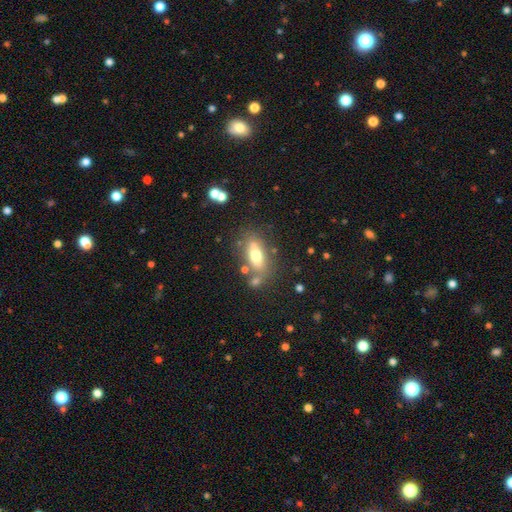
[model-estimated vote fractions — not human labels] smooth-or-featured: smooth: 65% | featured or disk: 26% | star or artifact: 9%
  how-rounded: in between: 74% | cigar-shaped: 20% | round: 6%
  merging: none: 69% | minor disturbance: 14% | merger: 11% | major disturbance: 6%